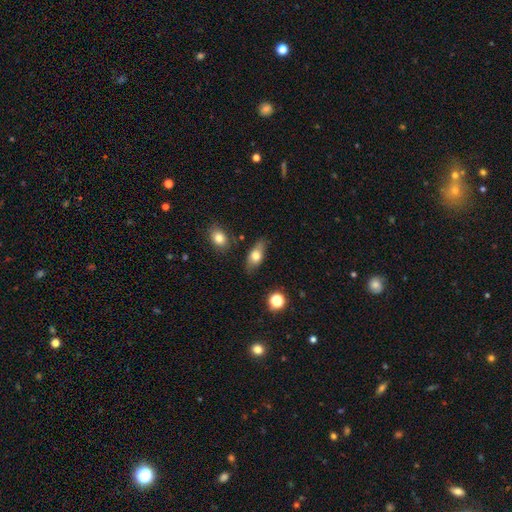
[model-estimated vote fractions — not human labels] Smooth or featured: smooth — 71% (featured or disk — 21%)
How rounded: in between — 83% (cigar-shaped — 11%)
Merging: none — 78% (minor disturbance — 16%)